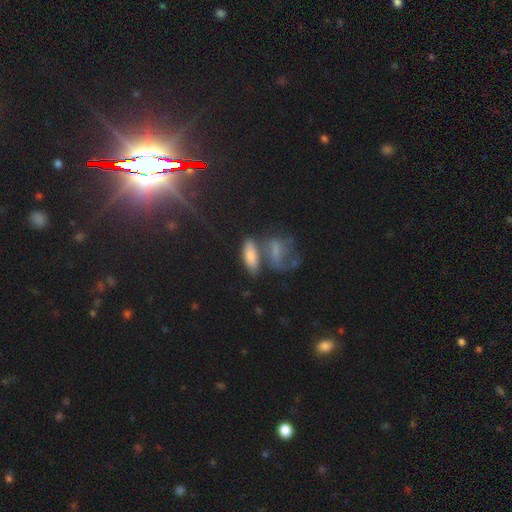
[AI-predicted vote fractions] Smooth or featured? star or artifact (47%)